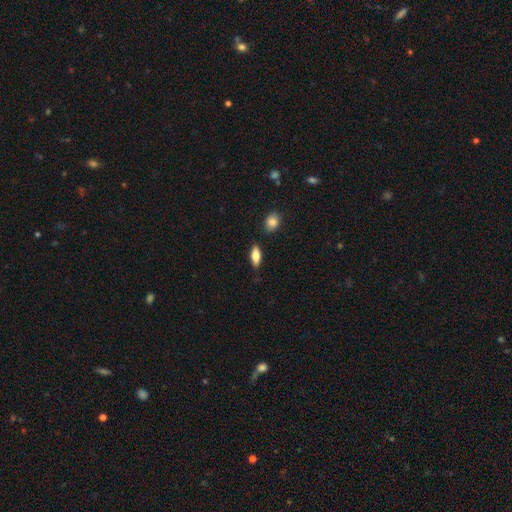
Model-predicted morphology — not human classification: This appears to be a smooth galaxy with no disk features (74%) that is in between round and cigar-shaped (79%). Merging: none (82%).